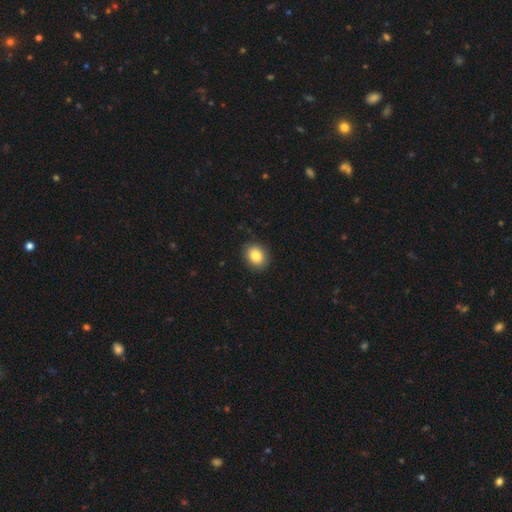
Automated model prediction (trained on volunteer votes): Morphology: type=smooth (84%); roundness=round (54%); merging=none (89%).